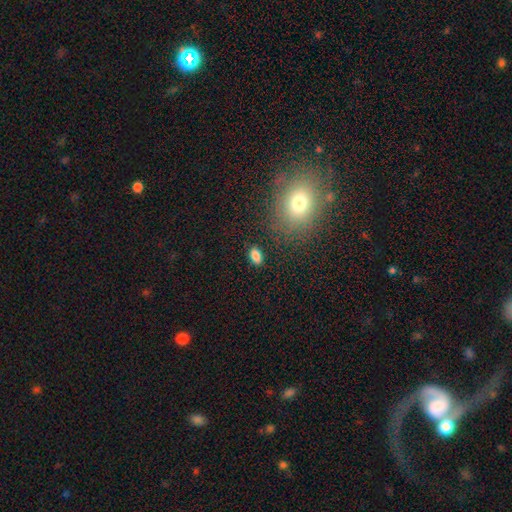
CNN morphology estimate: The model was most divided on "smooth or featured": smooth: 84%, star or artifact: 11%, featured or disk: 5%. More confident: how rounded — in between (88%); merging — none (86%).